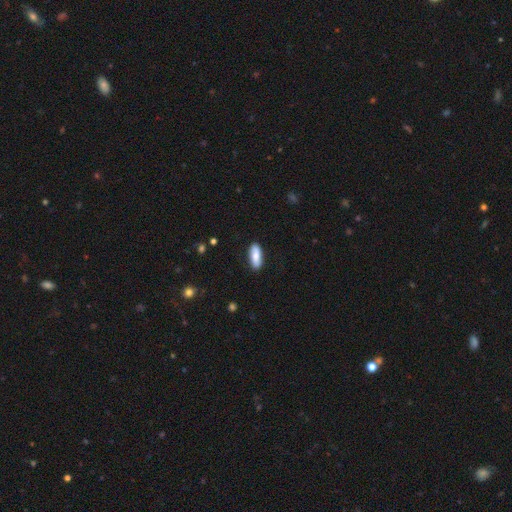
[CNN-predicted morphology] Smooth or featured: smooth — 83% (featured or disk — 11%)
How rounded: in between — 68% (cigar-shaped — 30%)
Merging: none — 87% (minor disturbance — 10%)